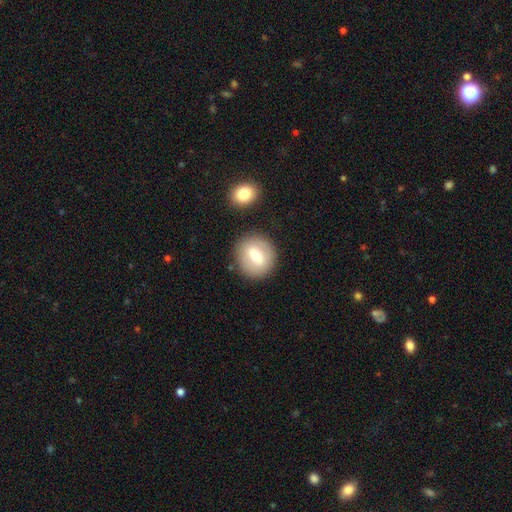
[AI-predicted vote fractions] Smooth or featured? smooth (62%)
How rounded? round (78%)
Merging? none (82%)